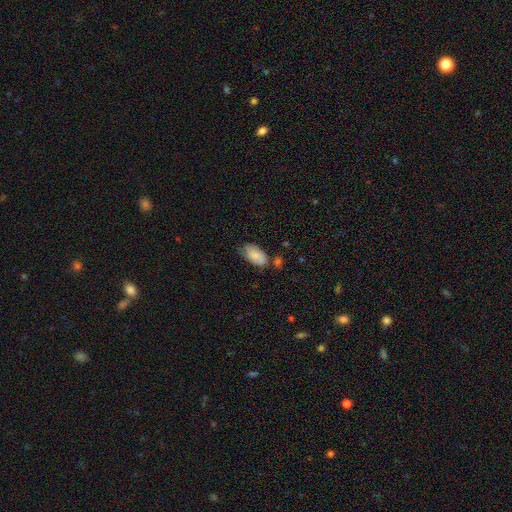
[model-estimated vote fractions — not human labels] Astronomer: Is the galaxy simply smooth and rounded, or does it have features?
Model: smooth — 78%.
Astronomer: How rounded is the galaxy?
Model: in between — 94%.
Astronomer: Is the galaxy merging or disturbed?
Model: none — 56% (runner-up: minor disturbance, 31%).